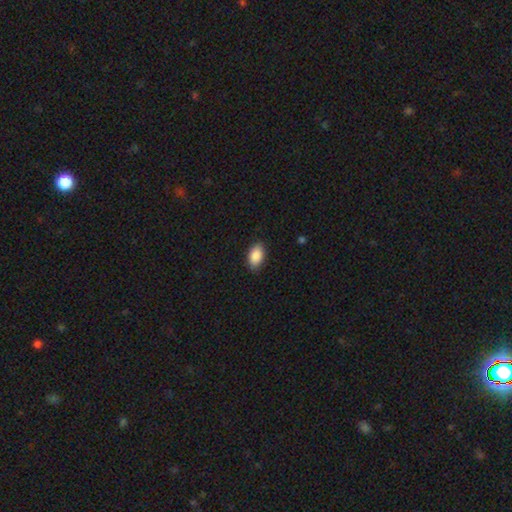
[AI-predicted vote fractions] Overall: smooth (89%). How rounded: in between (92%). Merging: none (85%).